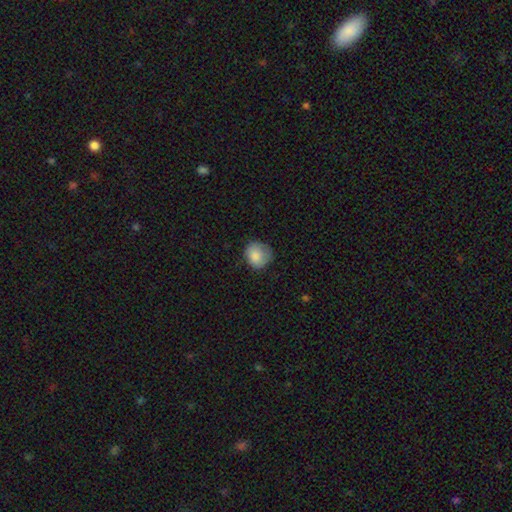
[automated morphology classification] A smooth galaxy with no disk features (84%) that is round (78%).

Vote fractions:
- Smooth or featured? smooth: 84% / featured or disk: 8% / star or artifact: 8%
- How rounded? round: 78% / in between: 21% / cigar-shaped: 1%
- Merging? none: 64% / minor disturbance: 27% / major disturbance: 8% / merger: 1%